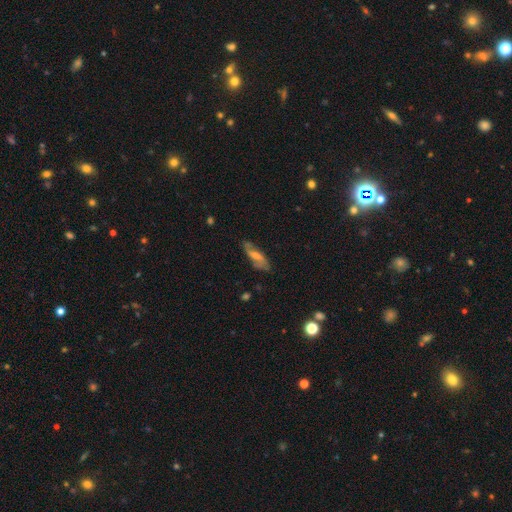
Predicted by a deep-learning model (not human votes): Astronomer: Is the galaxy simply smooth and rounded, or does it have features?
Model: featured or disk — 60%.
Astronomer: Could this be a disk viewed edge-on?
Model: no — 77%.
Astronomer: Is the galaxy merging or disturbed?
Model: none — 74%.